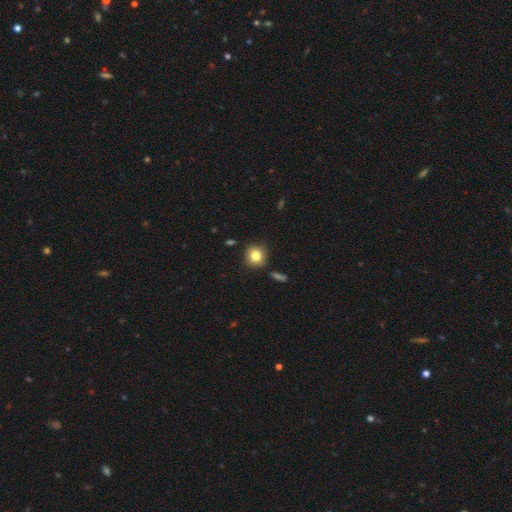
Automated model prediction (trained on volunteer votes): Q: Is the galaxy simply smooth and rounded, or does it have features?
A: smooth — 80%.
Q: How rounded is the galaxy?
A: round — 85%.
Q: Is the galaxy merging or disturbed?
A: none — 87%.